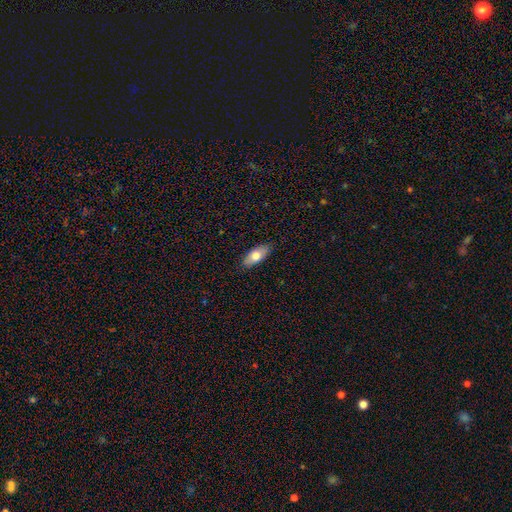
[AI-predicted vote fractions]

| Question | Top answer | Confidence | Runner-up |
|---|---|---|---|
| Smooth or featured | smooth | 70% | featured or disk (24%) |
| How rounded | in between | 82% | cigar-shaped (15%) |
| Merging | none | 88% | minor disturbance (10%) |